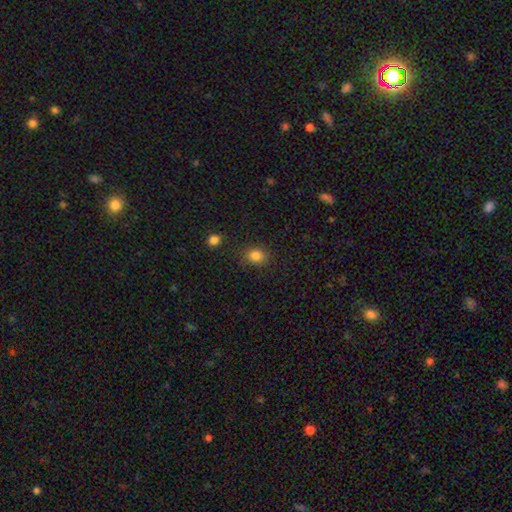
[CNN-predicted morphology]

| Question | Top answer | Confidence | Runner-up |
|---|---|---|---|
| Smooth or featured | smooth | 83% | star or artifact (12%) |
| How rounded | round | 62% | in between (37%) |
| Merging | none | 83% | minor disturbance (12%) |